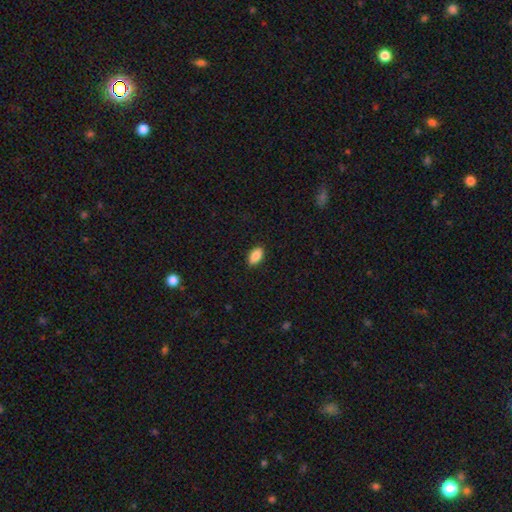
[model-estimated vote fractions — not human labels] This appears to be a smooth galaxy with no disk features (88%) that is in between round and cigar-shaped (93%). Merging: none (88%).